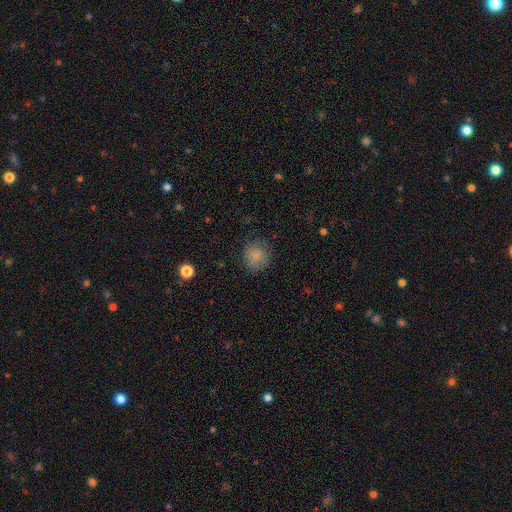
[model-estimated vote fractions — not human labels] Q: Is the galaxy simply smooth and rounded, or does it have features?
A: smooth — 83%.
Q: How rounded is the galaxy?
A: round — 87%.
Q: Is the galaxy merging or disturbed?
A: none — 76%.